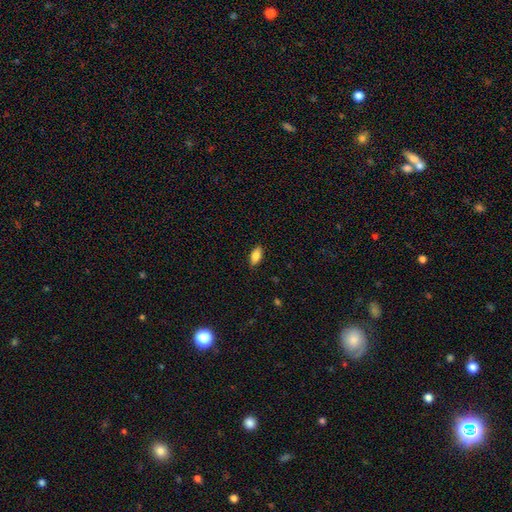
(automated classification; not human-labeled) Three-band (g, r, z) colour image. It shows a smooth galaxy with no disk features (85%) that is in between round and cigar-shaped (88%). Merging: none (87%).